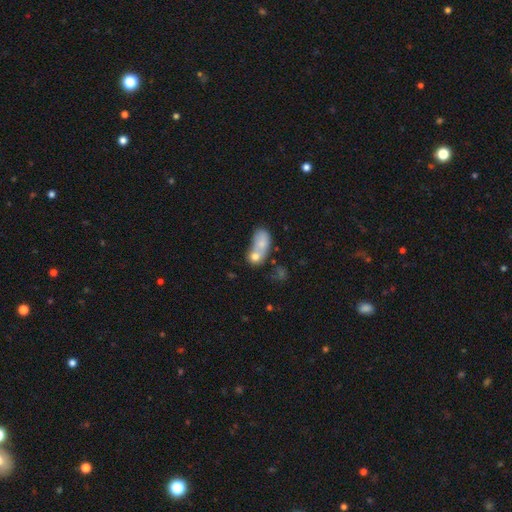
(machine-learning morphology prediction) smooth 70%, featured or disk 21%, star or artifact 9%. Down the decision tree: how rounded — in between (71%); merging — merger (68%).